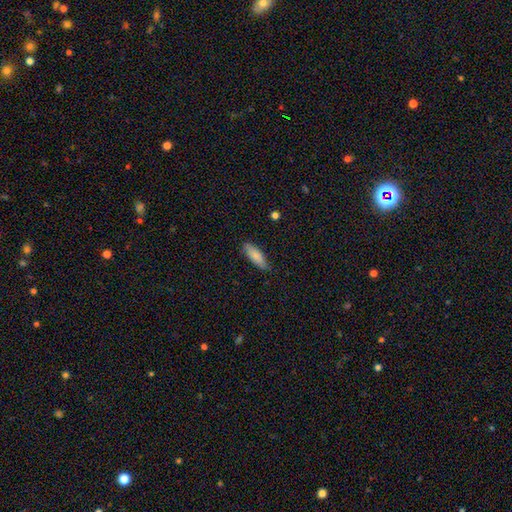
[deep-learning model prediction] smooth 83%, featured or disk 11%, star or artifact 6%. Down the decision tree: how rounded — in between (58%); merging — none (80%).